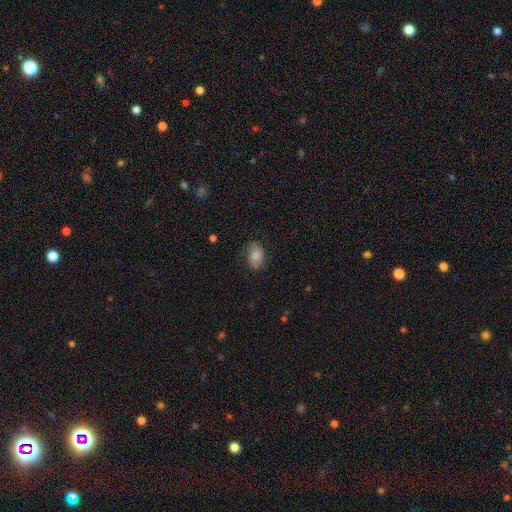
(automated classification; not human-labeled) smooth-or-featured: smooth: 81% | featured or disk: 11% | star or artifact: 8%
  how-rounded: in between: 80% | round: 19% | cigar-shaped: 1%
  merging: none: 78% | minor disturbance: 17% | major disturbance: 4% | merger: 1%